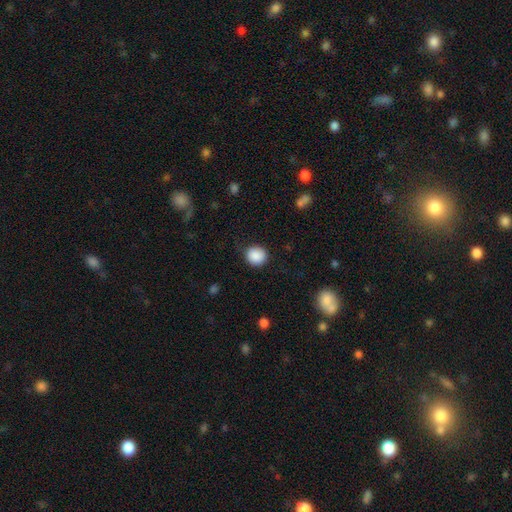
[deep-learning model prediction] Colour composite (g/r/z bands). It shows a smooth galaxy with no disk features (88%) that is round (87%). Merging: none (84%).